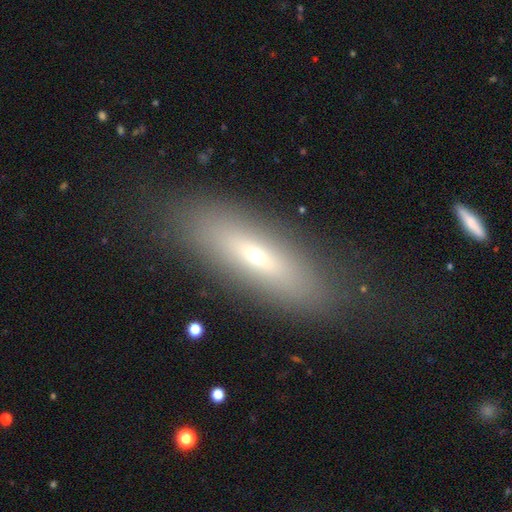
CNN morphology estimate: type=smooth (53%); roundness=cigar-shaped (51%); merging=none (79%).